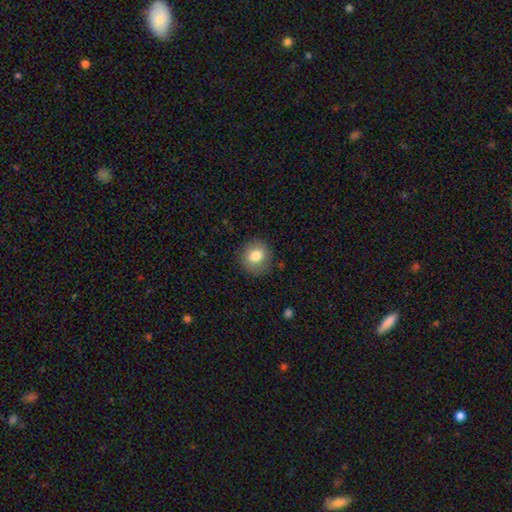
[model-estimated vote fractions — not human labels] A smooth galaxy with no disk features (80%) that is round (84%). Merging: none (85%).